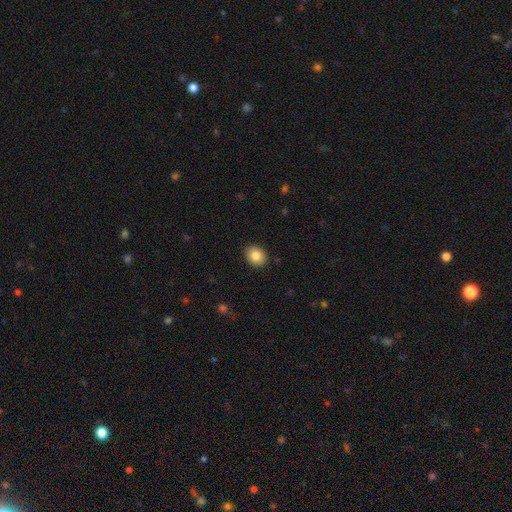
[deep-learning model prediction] This is clearly a smooth galaxy (85%). How rounded: possibly round (52%). Merging: clearly none (90%).